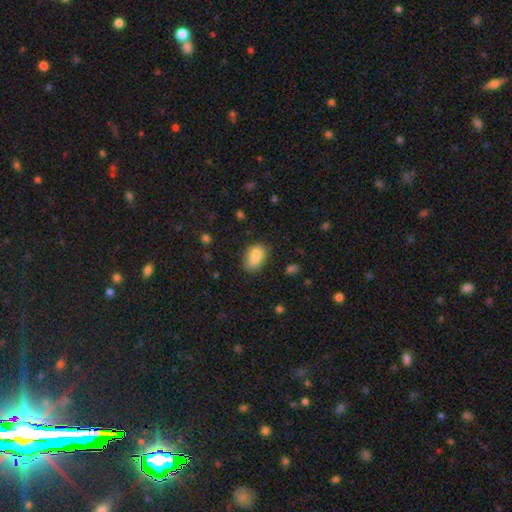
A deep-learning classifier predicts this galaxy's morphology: A smooth galaxy with no disk features (79%) that is in between round and cigar-shaped (85%).

Vote fractions:
- Smooth or featured? smooth: 79% / featured or disk: 11% / star or artifact: 9%
- How rounded? in between: 85% / round: 13% / cigar-shaped: 2%
- Merging? none: 49% / merger: 23% / minor disturbance: 21% / major disturbance: 6%